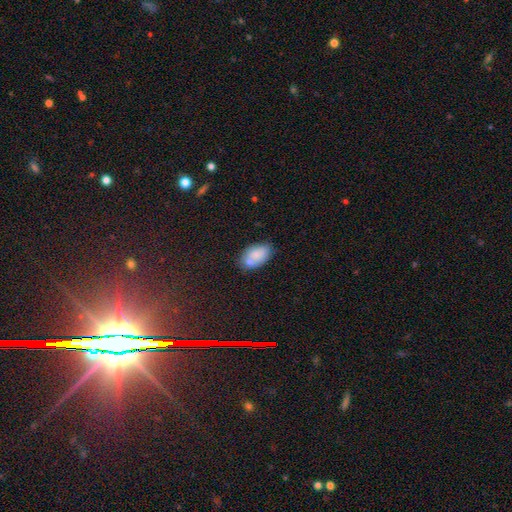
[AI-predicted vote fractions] Smooth or featured?
  - smooth: 78% *
  - featured or disk: 14%
  - star or artifact: 8%
How rounded?
  - in between: 90% *
  - round: 8%
  - cigar-shaped: 2%
Merging?
  - none: 54% *
  - minor disturbance: 21%
  - merger: 20%
  - major disturbance: 5%